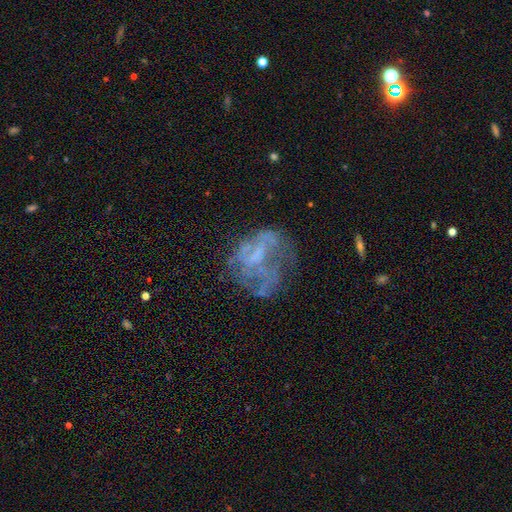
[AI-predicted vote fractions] Overall: featured or disk (62%; smooth 23%). Edge-on disk: no (98%). Bar: no (69%). Spiral arms: no (72%). Bulge size: none (59%; small 20%). Merging: none (41%; major disturbance 35%).